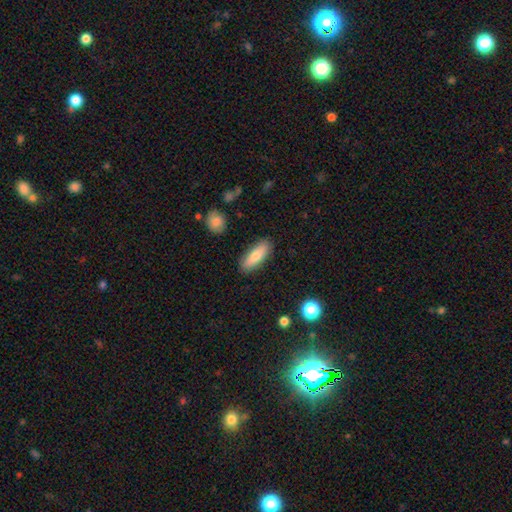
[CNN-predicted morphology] Smooth or featured: smooth — 76% (featured or disk — 17%)
How rounded: in between — 65% (cigar-shaped — 32%)
Merging: none — 87% (minor disturbance — 9%)